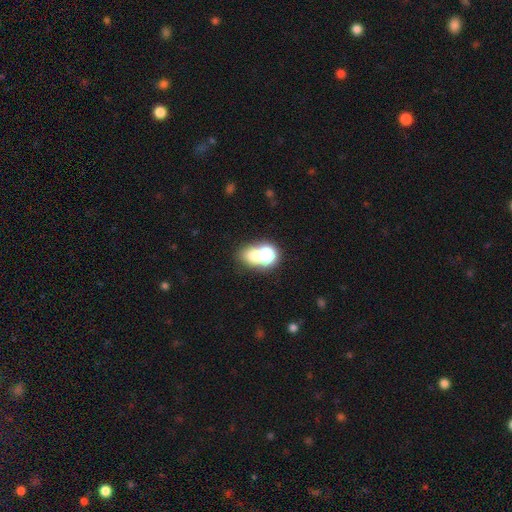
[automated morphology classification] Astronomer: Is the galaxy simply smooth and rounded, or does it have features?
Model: smooth — 64%.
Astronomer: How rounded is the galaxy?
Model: round — 55% (runner-up: in between, 44%).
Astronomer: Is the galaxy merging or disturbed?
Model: merger — 47% (runner-up: none, 39%).